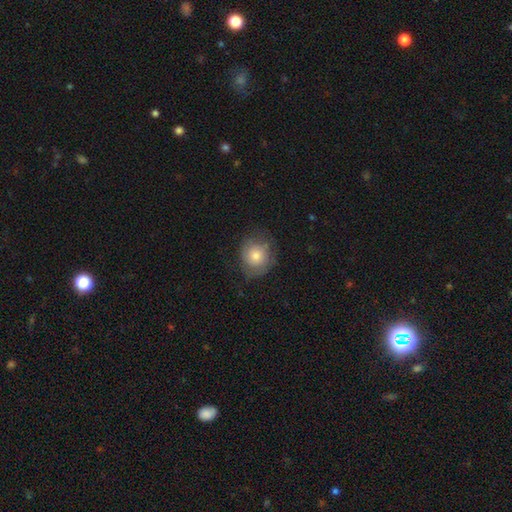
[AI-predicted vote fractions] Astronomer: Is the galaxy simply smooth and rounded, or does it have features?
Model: smooth — 70%.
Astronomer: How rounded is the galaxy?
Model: round — 79%.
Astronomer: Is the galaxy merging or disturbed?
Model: none — 64%.